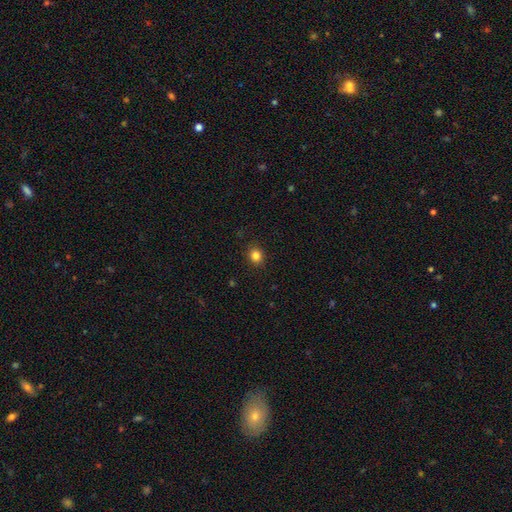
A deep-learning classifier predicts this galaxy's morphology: This is clearly a smooth galaxy (84%). How rounded: likely round (77%). Merging: clearly none (90%).